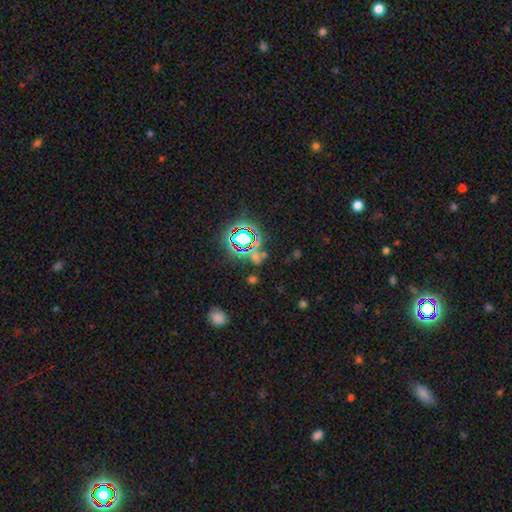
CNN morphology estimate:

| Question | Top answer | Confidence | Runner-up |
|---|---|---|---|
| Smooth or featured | star or artifact | 75% | smooth (15%) |